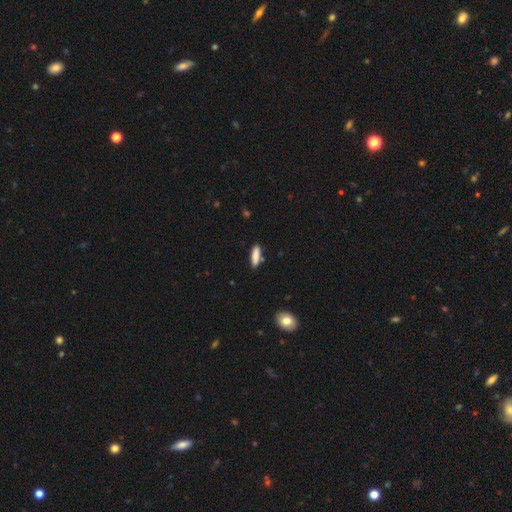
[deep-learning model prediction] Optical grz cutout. It shows a smooth galaxy with no disk features (86%) that is cigar-shaped (62%). Merging: none (84%).